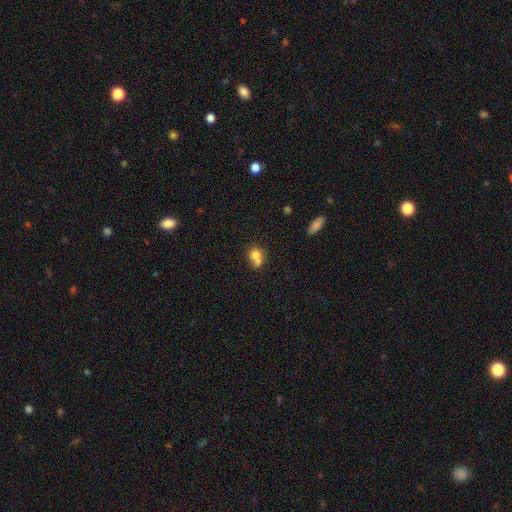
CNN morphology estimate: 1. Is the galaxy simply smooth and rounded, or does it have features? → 73% smooth, 16% featured or disk, 11% star or artifact.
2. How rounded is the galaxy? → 60% round, 38% in between, 2% cigar-shaped.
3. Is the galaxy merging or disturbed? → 54% merger, 30% none, 10% minor disturbance, 5% major disturbance.